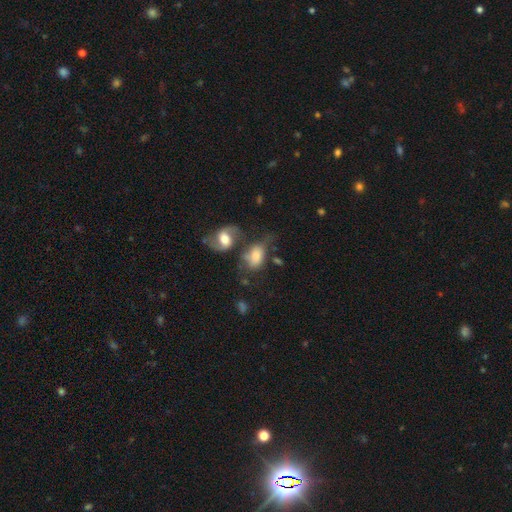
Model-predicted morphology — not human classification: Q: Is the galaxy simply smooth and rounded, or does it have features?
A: smooth — 60%.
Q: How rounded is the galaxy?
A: in between — 81%.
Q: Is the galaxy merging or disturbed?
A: none — 32%.